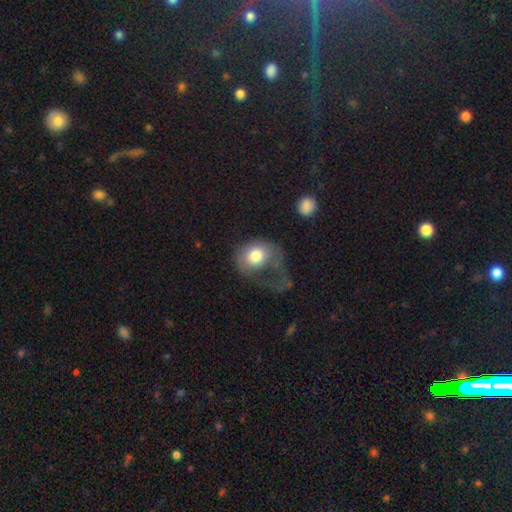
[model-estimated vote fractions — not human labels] Q: Smooth or featured?
A: smooth (67%); runner-up: featured or disk (26%)
Q: How rounded?
A: round (54%); runner-up: in between (45%)
Q: Merging?
A: major disturbance (64%); runner-up: none (17%)